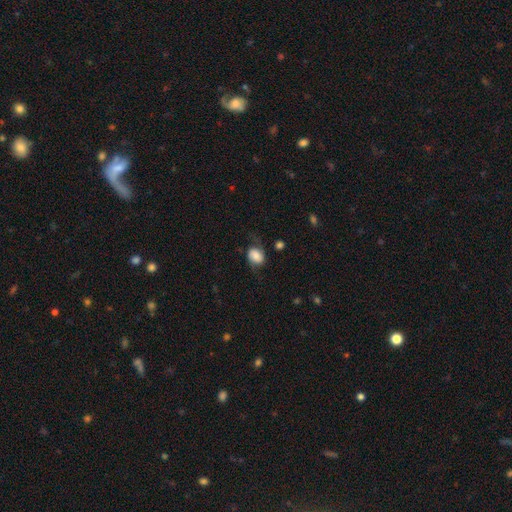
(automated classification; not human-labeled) This is possibly a smooth galaxy (58%). How rounded: possibly in between (55%). Merging: possibly none (60%).